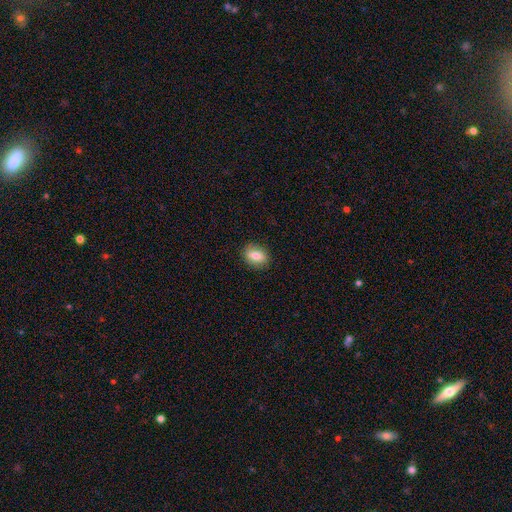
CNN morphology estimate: Overall: smooth (74%). How rounded: in between (70%). Merging: none (87%).